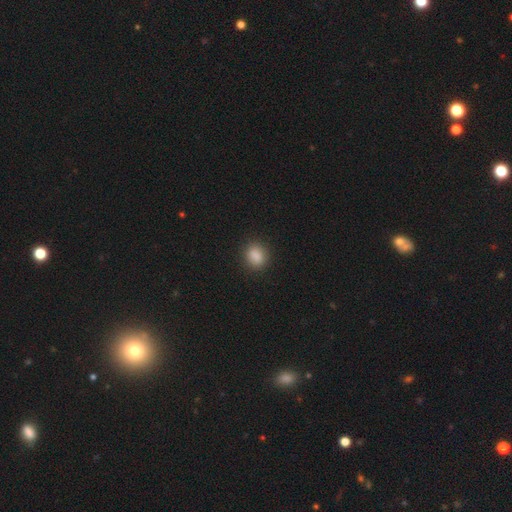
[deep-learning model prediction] Overall: smooth (87%). How rounded: round (53%; in between 46%). Merging: none (87%).